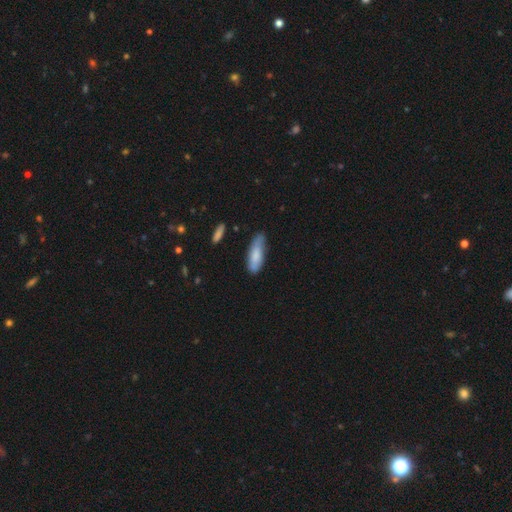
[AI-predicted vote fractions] Overall: smooth (77%). How rounded: in between (56%; cigar-shaped 42%). Merging: none (62%; minor disturbance 30%).